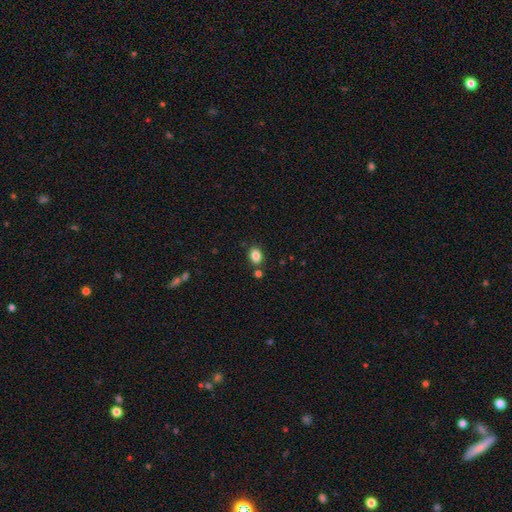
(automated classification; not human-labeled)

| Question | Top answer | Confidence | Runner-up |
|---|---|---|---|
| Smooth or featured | smooth | 85% | star or artifact (10%) |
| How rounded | in between | 62% | round (37%) |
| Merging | none | 80% | minor disturbance (10%) |